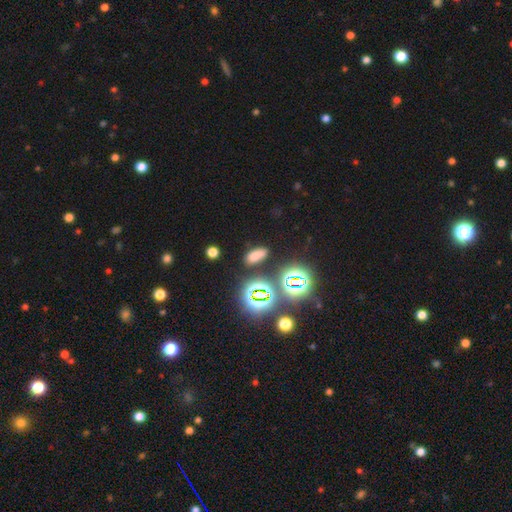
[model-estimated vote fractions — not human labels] The model was most divided on "smooth or featured": smooth: 64%, star or artifact: 29%, featured or disk: 7%. More confident: how rounded — in between (83%); merging — none (80%).